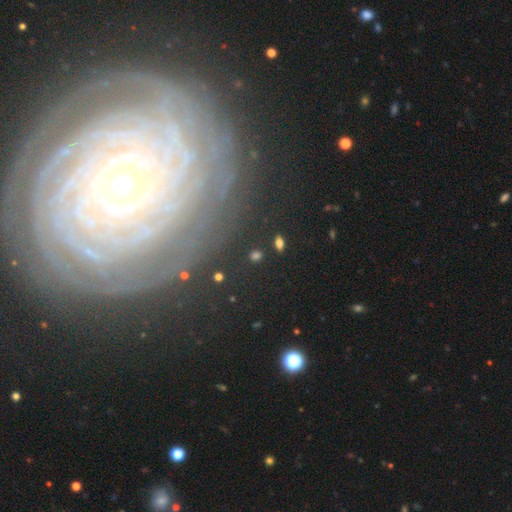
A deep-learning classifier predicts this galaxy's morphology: smooth 47%, star or artifact 31%, featured or disk 22%. Down the decision tree: merging — none (82%).